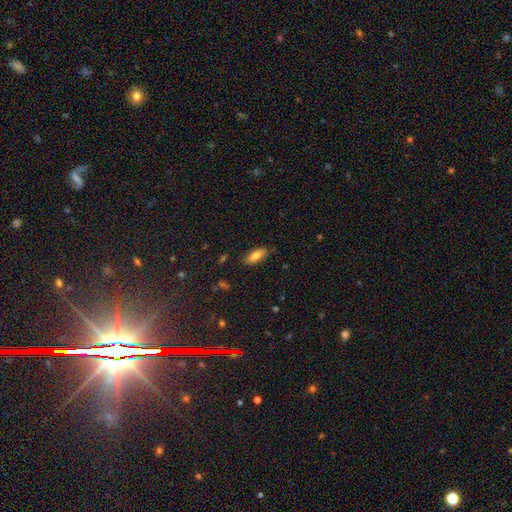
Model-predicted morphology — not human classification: Smooth or featured: smooth — 78% (featured or disk — 14%)
How rounded: in between — 74% (cigar-shaped — 24%)
Merging: none — 84% (minor disturbance — 12%)